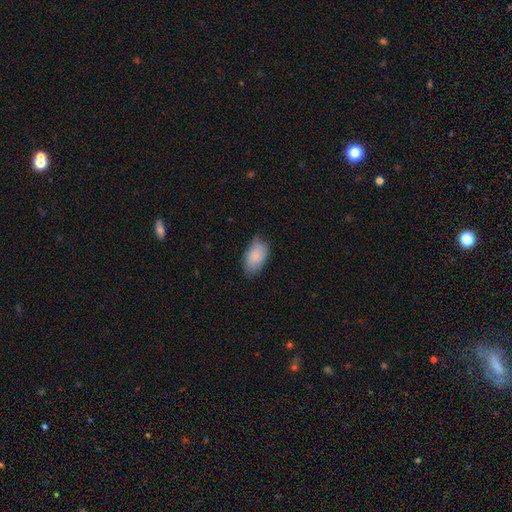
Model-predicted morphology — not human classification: Smooth or featured?
  - smooth: 82% *
  - featured or disk: 12%
  - star or artifact: 6%
How rounded?
  - in between: 94% *
  - round: 5%
  - cigar-shaped: 2%
Merging?
  - none: 63% *
  - minor disturbance: 30%
  - major disturbance: 6%
  - merger: 1%